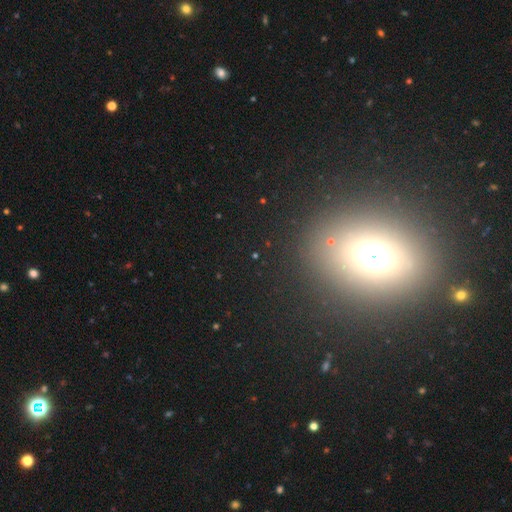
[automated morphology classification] Smooth or featured?
  - star or artifact: 61% *
  - smooth: 26%
  - featured or disk: 13%